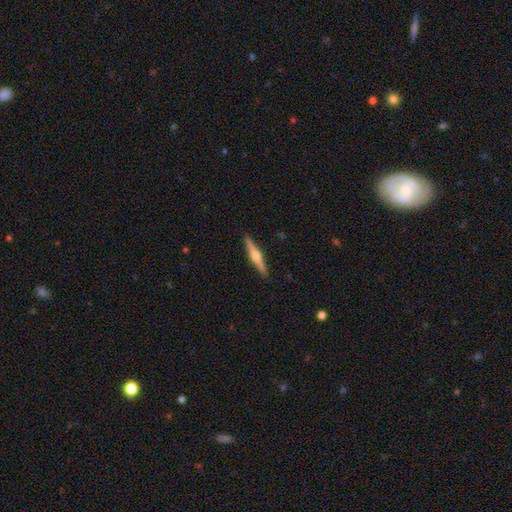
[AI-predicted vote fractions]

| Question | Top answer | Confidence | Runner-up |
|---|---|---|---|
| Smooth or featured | featured or disk | 69% | smooth (26%) |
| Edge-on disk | yes | 98% | no (2%) |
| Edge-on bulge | rounded | 93% | boxy (4%) |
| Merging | none | 91% | minor disturbance (7%) |